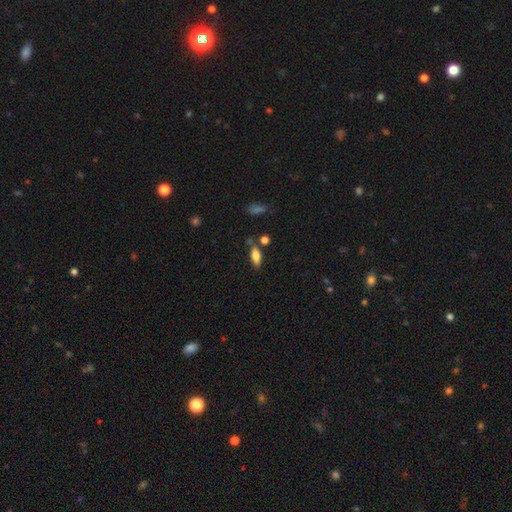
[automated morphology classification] This is likely a smooth galaxy (75%). How rounded: likely in between (76%). Merging: likely none (70%).